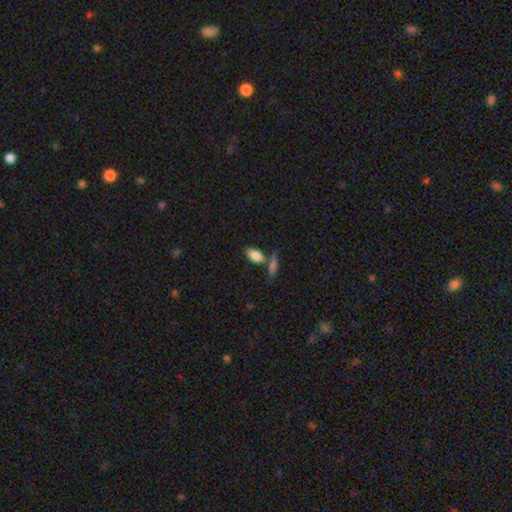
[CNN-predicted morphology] A smooth galaxy with no disk features (82%) that is in between round and cigar-shaped (88%).

Vote fractions:
- Smooth or featured? smooth: 82% / featured or disk: 11% / star or artifact: 7%
- How rounded? in between: 88% / cigar-shaped: 8% / round: 4%
- Merging? none: 53% / merger: 29% / minor disturbance: 13% / major disturbance: 5%